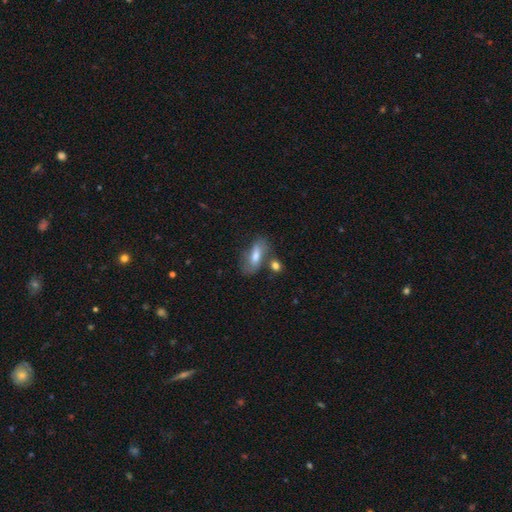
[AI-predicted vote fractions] Q: Smooth or featured?
A: smooth (62%); runner-up: featured or disk (30%)
Q: How rounded?
A: in between (75%); runner-up: cigar-shaped (21%)
Q: Merging?
A: none (58%); runner-up: minor disturbance (20%)